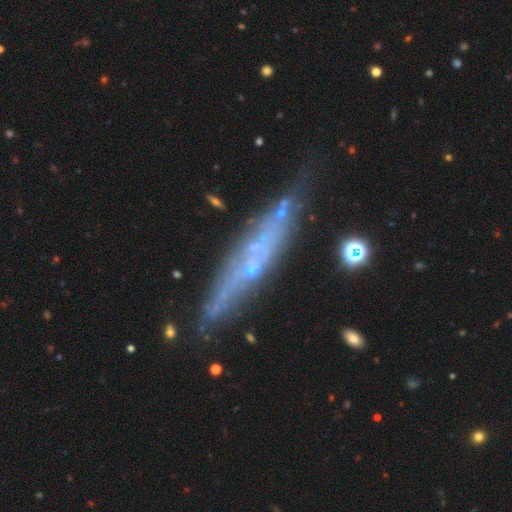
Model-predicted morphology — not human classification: A featured or disk galaxy (68%) viewed edge-on (75%) with no central bulge (57%).

Vote fractions:
- Smooth or featured? featured or disk: 68% / smooth: 22% / star or artifact: 10%
- Edge-on disk? yes: 75% / no: 25%
- Edge-on bulge? none: 57% / rounded: 39% / boxy: 4%
- Merging? none: 74% / minor disturbance: 17% / major disturbance: 5% / merger: 4%